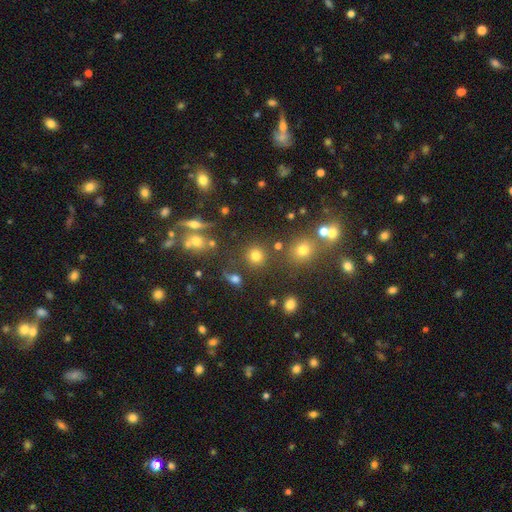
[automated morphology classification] Smooth or featured: smooth — 73% (star or artifact — 19%)
How rounded: round — 91% (in between — 8%)
Merging: none — 81% (minor disturbance — 8%)